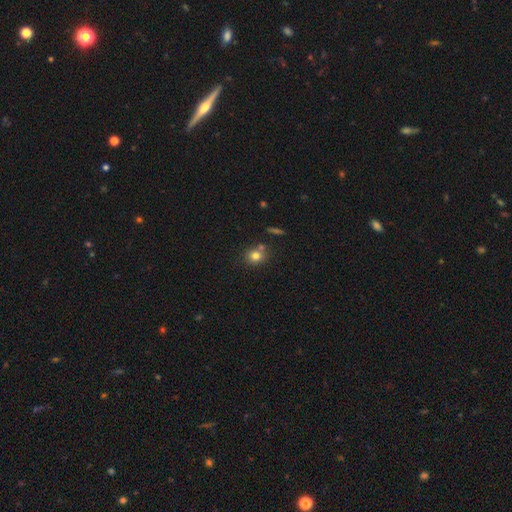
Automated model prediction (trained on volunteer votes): smooth_or_featured: smooth (p=0.78) [alt: star or artifact p=0.13]
how_rounded: round (p=0.79) [alt: in between p=0.19]
merging: none (p=0.68) [alt: merger p=0.17]